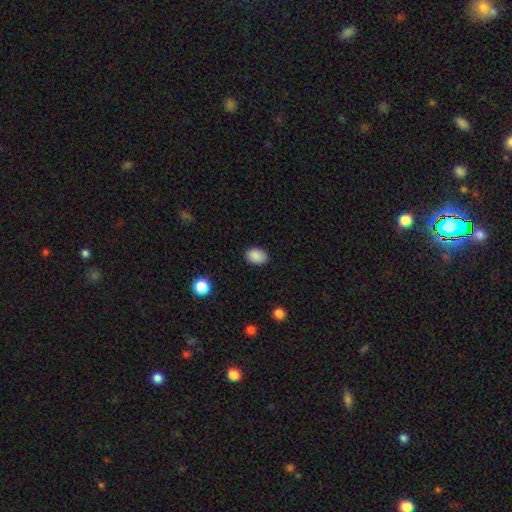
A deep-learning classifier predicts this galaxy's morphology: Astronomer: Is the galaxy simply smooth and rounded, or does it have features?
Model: smooth — 88%.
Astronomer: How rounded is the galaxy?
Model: in between — 82%.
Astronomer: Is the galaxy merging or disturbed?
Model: none — 84%.